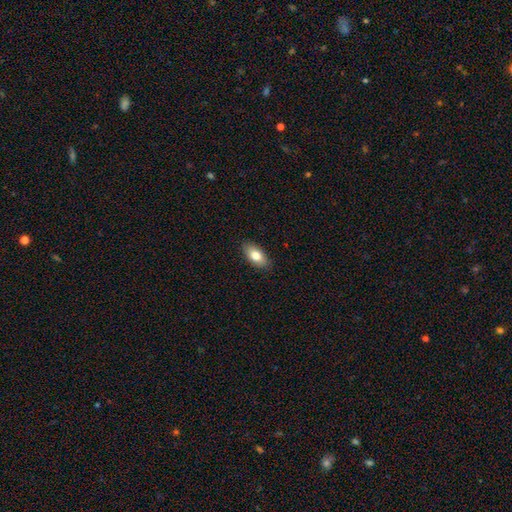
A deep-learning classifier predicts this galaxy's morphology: Overall: smooth (80%). How rounded: in between (91%). Merging: none (88%).